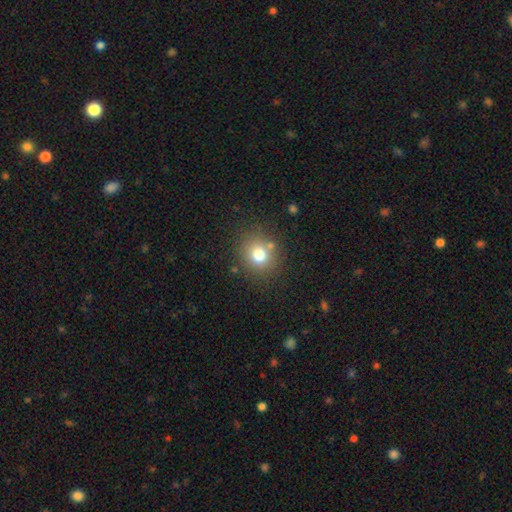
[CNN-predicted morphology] Smooth or featured?
  - smooth: 74% *
  - star or artifact: 16%
  - featured or disk: 10%
How rounded?
  - round: 84% *
  - in between: 15%
  - cigar-shaped: 1%
Merging?
  - none: 80% *
  - minor disturbance: 9%
  - merger: 8%
  - major disturbance: 3%